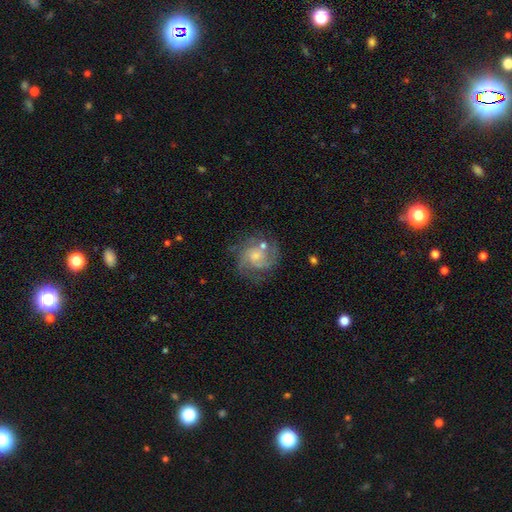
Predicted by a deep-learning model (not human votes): Smooth or featured?
  - featured or disk: 75% *
  - smooth: 15%
  - star or artifact: 10%
Edge-on disk?
  - no: 98% *
  - yes: 2%
Bar?
  - no: 68% *
  - weak: 28%
  - strong: 4%
Spiral arms?
  - yes: 91% *
  - no: 9%
Spiral winding?
  - medium: 44% *
  - tight: 41%
  - loose: 14%
Spiral arm count?
  - 2: 30% *
  - can't tell: 26%
  - 3: 26%
  - 4: 7%
  - 1: 6%
  - more than 4: 5%
Bulge size?
  - small: 52% *
  - moderate: 35%
  - none: 8%
  - large: 3%
  - dominant: 1%
Merging?
  - none: 68% *
  - minor disturbance: 17%
  - major disturbance: 11%
  - merger: 5%